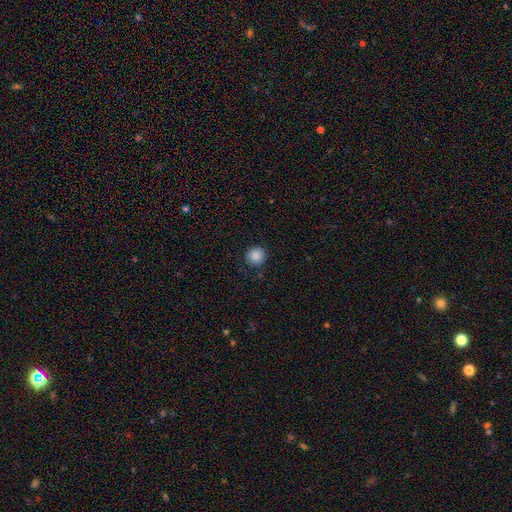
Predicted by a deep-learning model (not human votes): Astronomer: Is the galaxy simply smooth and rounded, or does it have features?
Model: smooth — 87%.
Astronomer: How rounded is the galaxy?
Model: round — 94%.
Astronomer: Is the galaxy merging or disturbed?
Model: none — 90%.